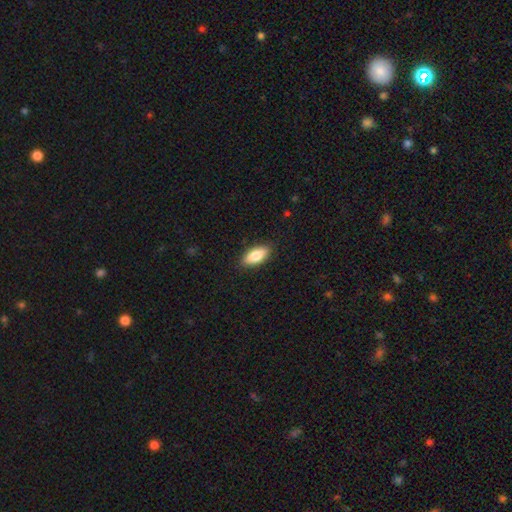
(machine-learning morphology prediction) This appears to be a smooth galaxy with no disk features (80%) that is in between round and cigar-shaped (83%). Merging: none (87%).